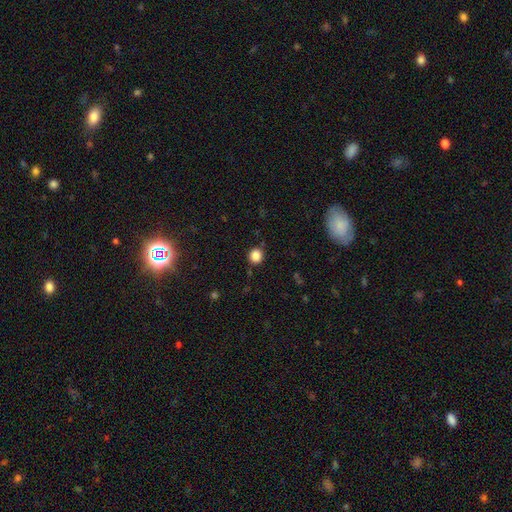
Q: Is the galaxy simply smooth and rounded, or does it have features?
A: smooth — 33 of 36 (92%).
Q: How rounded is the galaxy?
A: round — 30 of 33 (91%).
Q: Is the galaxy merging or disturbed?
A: none — 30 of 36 (83%).